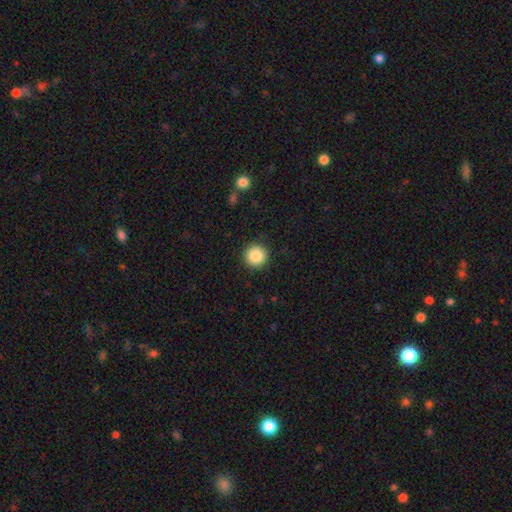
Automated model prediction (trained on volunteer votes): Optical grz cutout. It shows a smooth galaxy with no disk features (87%) that is round (96%). Merging: none (91%).